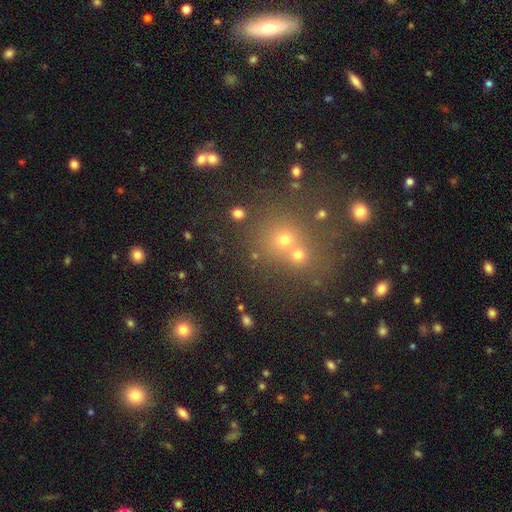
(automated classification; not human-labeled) Smooth or featured?
  - smooth: 58% *
  - star or artifact: 31%
  - featured or disk: 10%
How rounded?
  - round: 83% *
  - in between: 15%
  - cigar-shaped: 2%
Merging?
  - none: 60% *
  - merger: 28%
  - minor disturbance: 8%
  - major disturbance: 4%